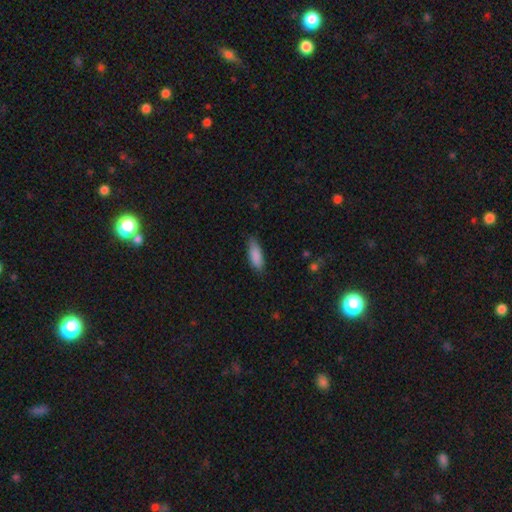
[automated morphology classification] Q: Smooth or featured?
A: smooth (88%); runner-up: star or artifact (6%)
Q: How rounded?
A: in between (63%); runner-up: cigar-shaped (36%)
Q: Merging?
A: none (79%); runner-up: minor disturbance (17%)